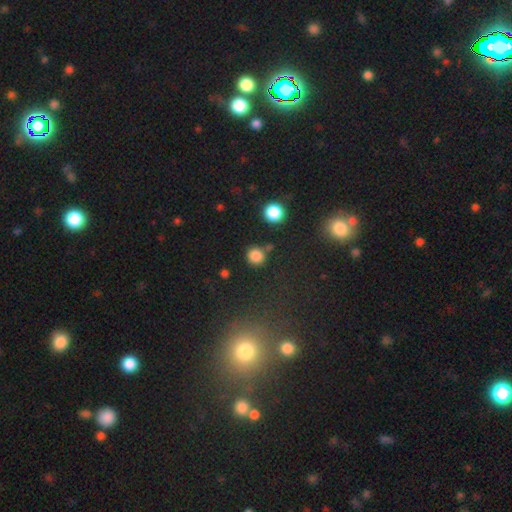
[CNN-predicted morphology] type=smooth (82%); roundness=round (89%); merging=none (76%).